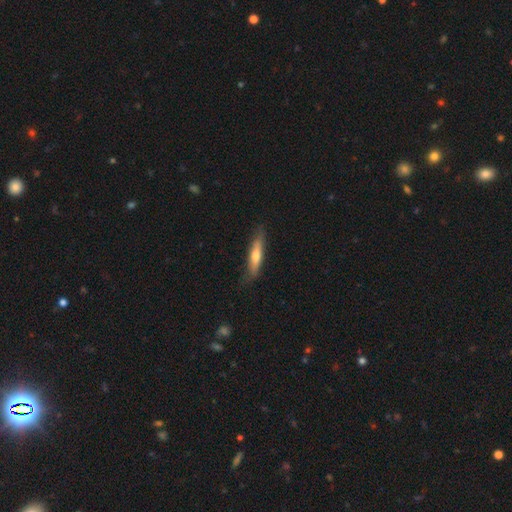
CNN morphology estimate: A smooth galaxy with no disk features (54%) that is cigar-shaped (84%).

Vote fractions:
- Smooth or featured? smooth: 54% / featured or disk: 40% / star or artifact: 6%
- How rounded? cigar-shaped: 84% / in between: 15% / round: 2%
- Merging? none: 78% / minor disturbance: 17% / major disturbance: 4% / merger: 1%